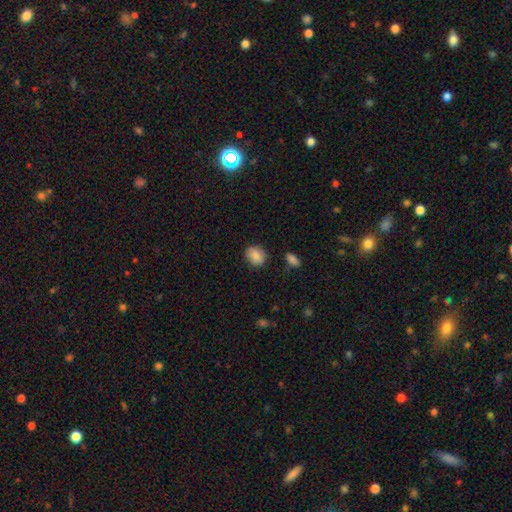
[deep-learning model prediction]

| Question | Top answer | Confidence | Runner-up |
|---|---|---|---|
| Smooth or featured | smooth | 87% | star or artifact (8%) |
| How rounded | round | 54% | in between (45%) |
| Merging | none | 85% | minor disturbance (10%) |